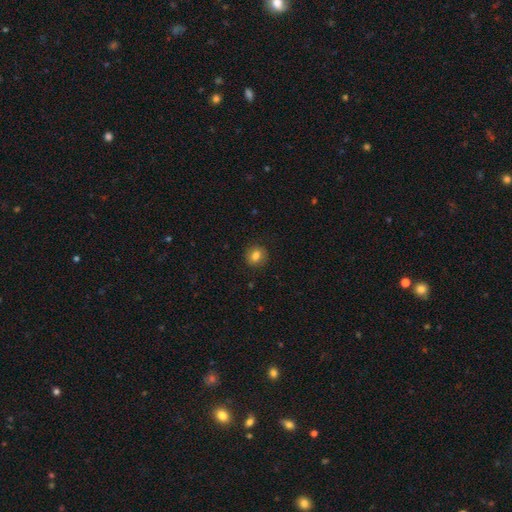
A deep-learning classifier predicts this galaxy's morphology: A smooth galaxy with no disk features (81%) that is round (73%). Merging: none (88%).